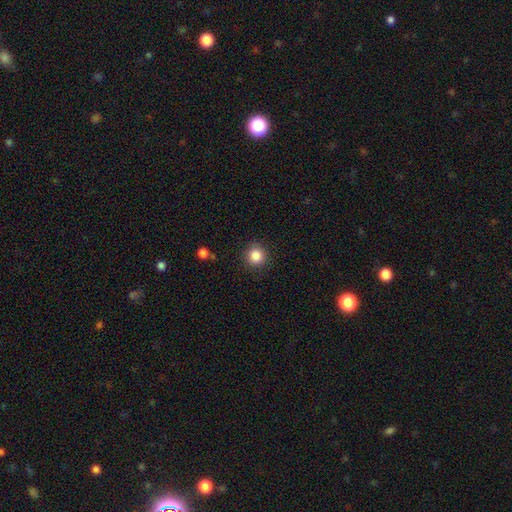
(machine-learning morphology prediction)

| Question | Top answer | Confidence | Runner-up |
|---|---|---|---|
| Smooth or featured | smooth | 86% | star or artifact (10%) |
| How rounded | round | 93% | in between (6%) |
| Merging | none | 89% | minor disturbance (7%) |